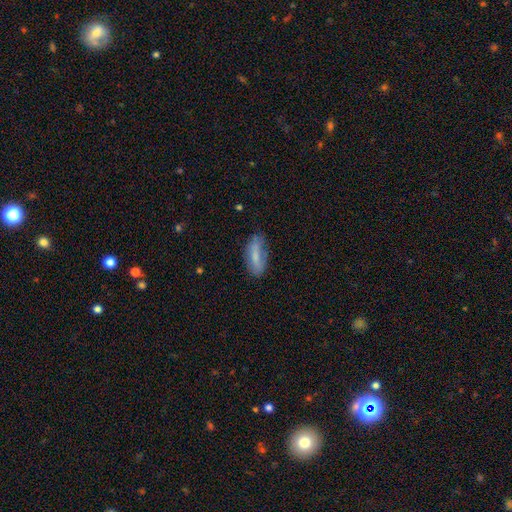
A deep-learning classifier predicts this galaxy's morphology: A smooth galaxy with no disk features (67%) that is in between round and cigar-shaped (73%).

Vote fractions:
- Smooth or featured? smooth: 67% / featured or disk: 26% / star or artifact: 8%
- How rounded? in between: 73% / cigar-shaped: 25% / round: 2%
- Merging? none: 61% / minor disturbance: 28% / major disturbance: 9% / merger: 2%